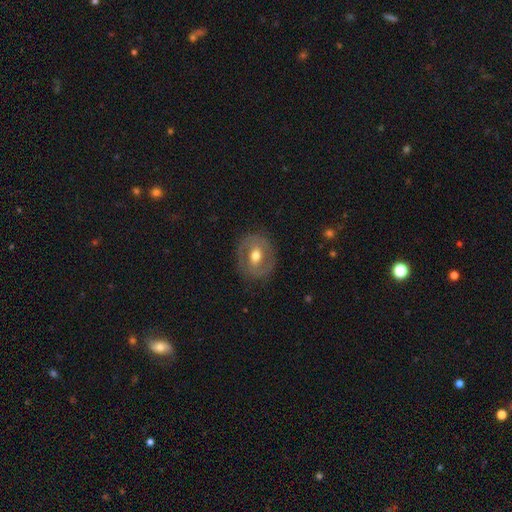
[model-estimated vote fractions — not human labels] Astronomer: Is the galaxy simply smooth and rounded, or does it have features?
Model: featured or disk — 59% (runner-up: smooth, 35%).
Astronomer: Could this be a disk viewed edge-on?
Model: no — 95%.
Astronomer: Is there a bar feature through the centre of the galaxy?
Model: weak — 43% (runner-up: no, 35%).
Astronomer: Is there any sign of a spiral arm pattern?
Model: yes — 50%, tied with no at 50%.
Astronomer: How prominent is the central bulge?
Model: moderate — 76%.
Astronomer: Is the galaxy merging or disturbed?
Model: none — 81%.